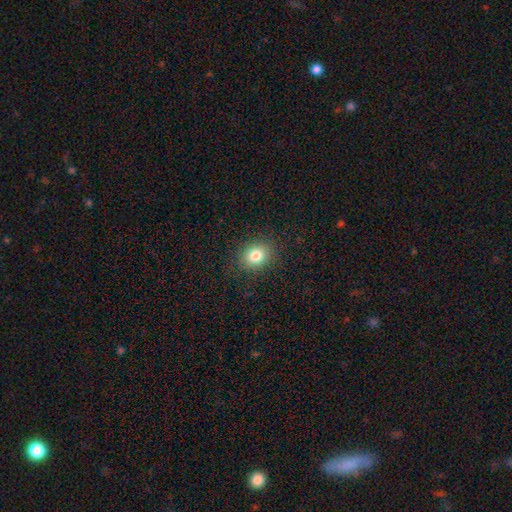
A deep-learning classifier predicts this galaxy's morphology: smooth_or_featured: smooth (p=0.81) [alt: star or artifact p=0.11]
how_rounded: round (p=0.68) [alt: in between p=0.31]
merging: none (p=0.88) [alt: minor disturbance p=0.08]